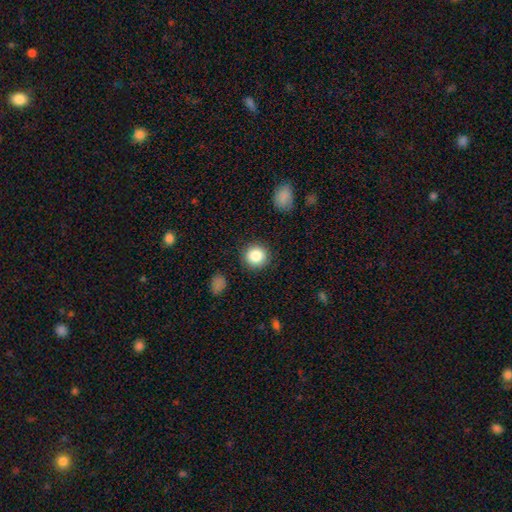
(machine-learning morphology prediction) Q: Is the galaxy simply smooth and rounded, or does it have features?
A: smooth — 85%.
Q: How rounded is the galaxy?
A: round — 93%.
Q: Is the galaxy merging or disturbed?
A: none — 89%.